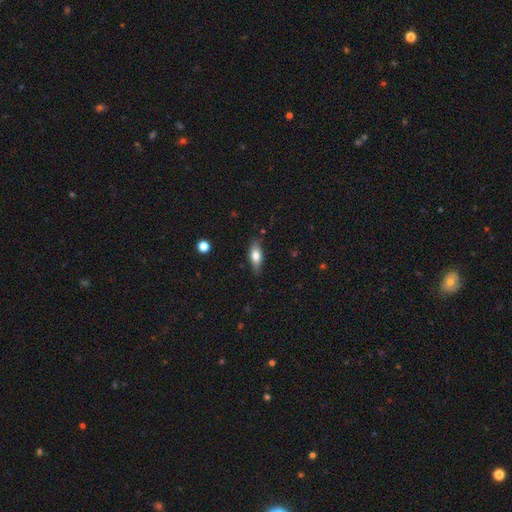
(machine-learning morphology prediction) smooth-or-featured: smooth: 71% | featured or disk: 23% | star or artifact: 7%
  how-rounded: in between: 71% | cigar-shaped: 26% | round: 3%
  merging: none: 82% | minor disturbance: 13% | major disturbance: 3% | merger: 1%